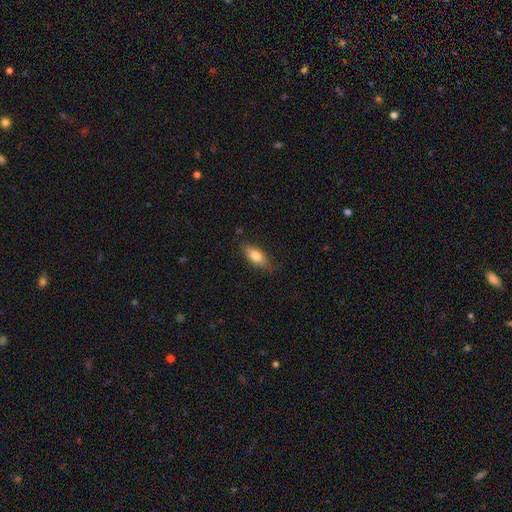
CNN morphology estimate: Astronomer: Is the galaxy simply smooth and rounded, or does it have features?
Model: smooth — 75%.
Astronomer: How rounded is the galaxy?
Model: in between — 73%.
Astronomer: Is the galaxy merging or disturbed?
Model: none — 81%.